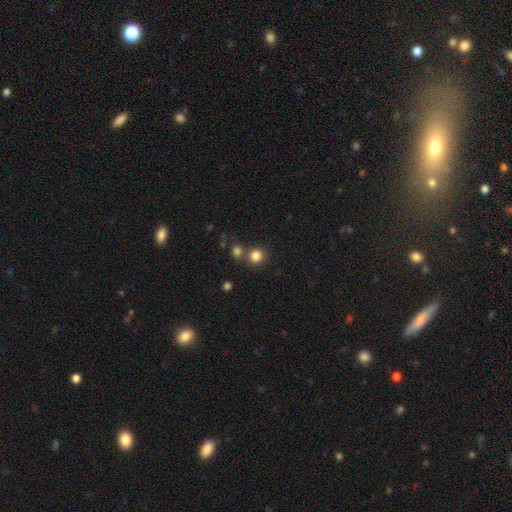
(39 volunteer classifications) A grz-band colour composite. It shows a smooth galaxy with no disk features (85%) that is round (91%). Merging: none (73%).